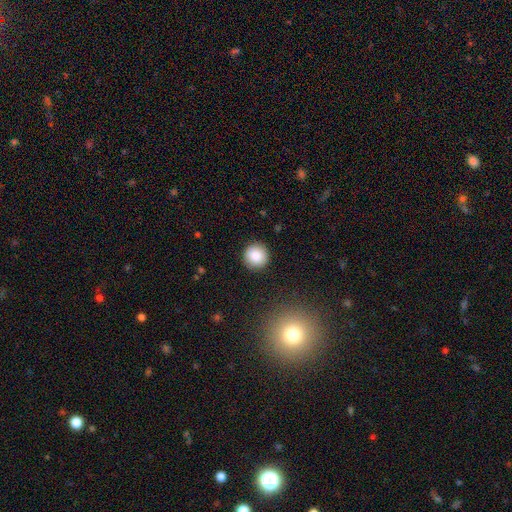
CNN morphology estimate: Smooth or featured? smooth (86%)
How rounded? round (95%)
Merging? none (92%)